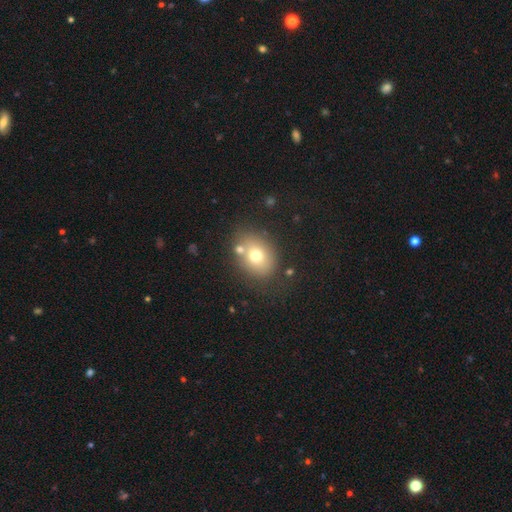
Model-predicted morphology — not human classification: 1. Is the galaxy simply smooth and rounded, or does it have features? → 70% smooth, 18% featured or disk, 13% star or artifact.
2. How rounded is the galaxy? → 50% in between, 49% round, 1% cigar-shaped.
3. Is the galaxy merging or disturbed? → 68% none, 14% minor disturbance, 13% merger, 5% major disturbance.